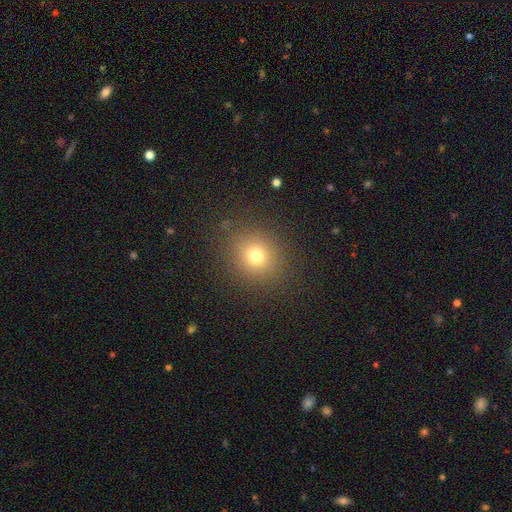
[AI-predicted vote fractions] smooth-or-featured: smooth: 73% | star or artifact: 17% | featured or disk: 9%
  how-rounded: round: 82% | in between: 17% | cigar-shaped: 1%
  merging: none: 87% | minor disturbance: 8% | major disturbance: 4% | merger: 1%